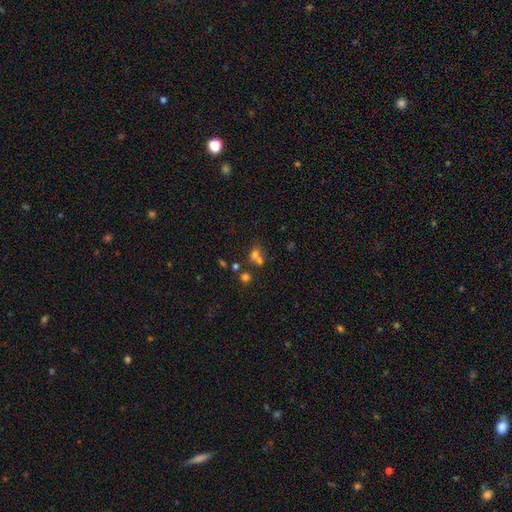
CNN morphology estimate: smooth-or-featured: smooth: 61% | star or artifact: 21% | featured or disk: 17%
  how-rounded: round: 59% | in between: 40% | cigar-shaped: 2%
  merging: merger: 50% | none: 35% | minor disturbance: 9% | major disturbance: 6%